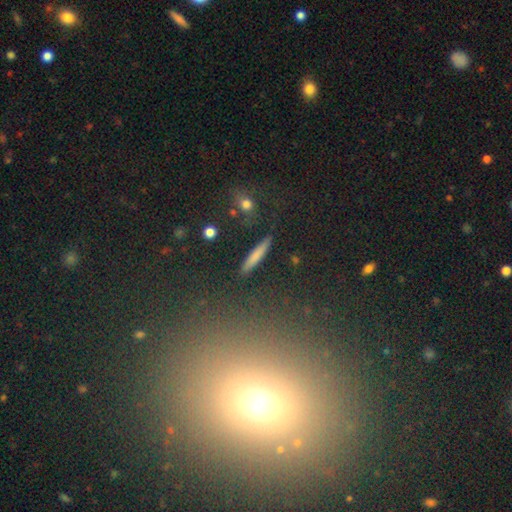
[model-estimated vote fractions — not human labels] smooth-or-featured: smooth: 72% | featured or disk: 19% | star or artifact: 9%
  how-rounded: cigar-shaped: 91% | in between: 6% | round: 3%
  merging: none: 88% | minor disturbance: 8% | major disturbance: 2% | merger: 2%